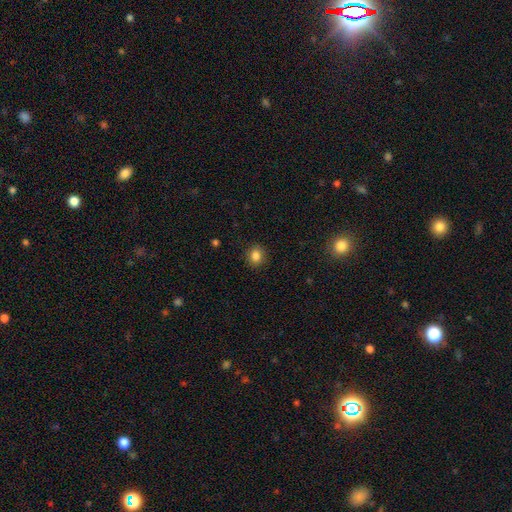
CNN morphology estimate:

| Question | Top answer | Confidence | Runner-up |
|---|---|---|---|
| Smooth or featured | smooth | 83% | star or artifact (11%) |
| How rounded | round | 76% | in between (23%) |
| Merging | none | 90% | minor disturbance (7%) |